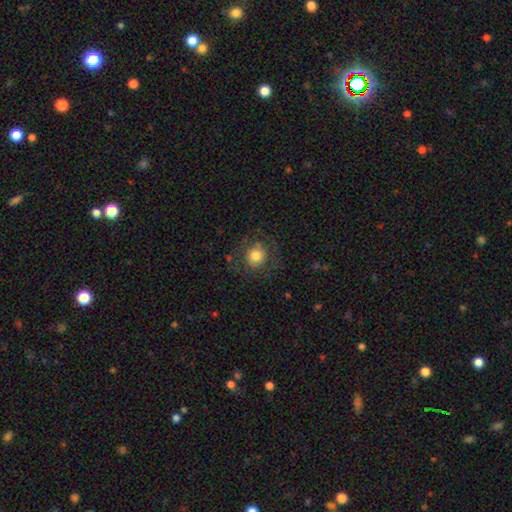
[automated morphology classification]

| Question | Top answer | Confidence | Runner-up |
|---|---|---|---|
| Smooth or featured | smooth | 71% | featured or disk (19%) |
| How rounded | round | 84% | in between (15%) |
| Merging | none | 72% | minor disturbance (15%) |